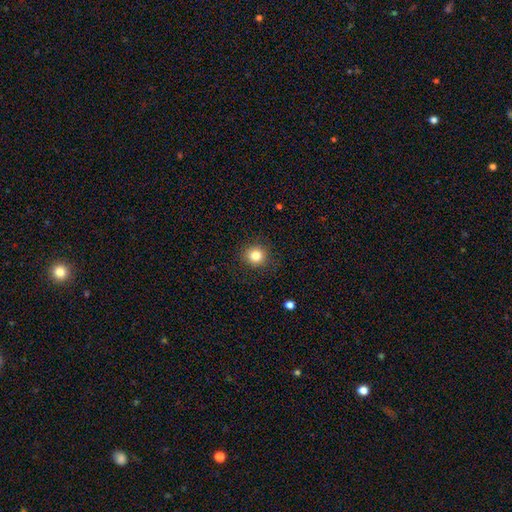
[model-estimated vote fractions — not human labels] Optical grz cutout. It shows a smooth galaxy with no disk features (83%) that is round (89%). Merging: none (89%).